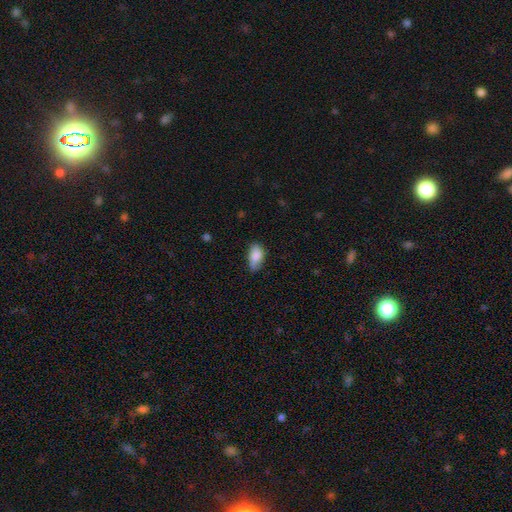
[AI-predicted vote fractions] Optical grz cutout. It shows a smooth galaxy with no disk features (84%) that is in between round and cigar-shaped (91%). Merging: none (60%).